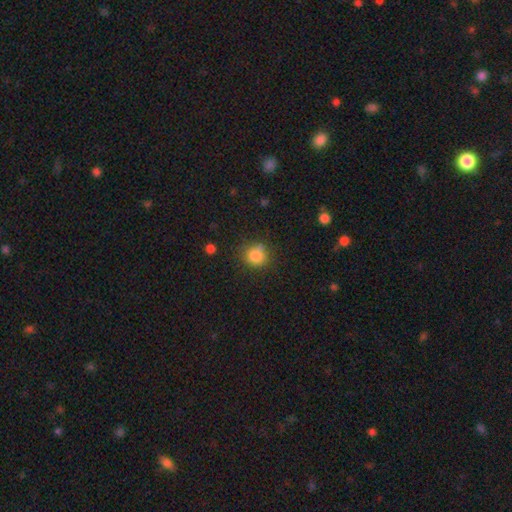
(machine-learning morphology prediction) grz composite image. It shows a smooth galaxy with no disk features (84%) that is round (84%). Merging: none (71%).